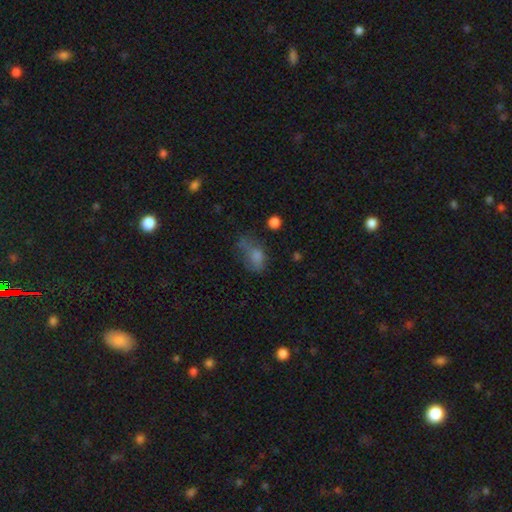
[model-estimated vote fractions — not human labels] Overall: smooth (69%). How rounded: in between (81%). Merging: major disturbance (34%; none 31%).